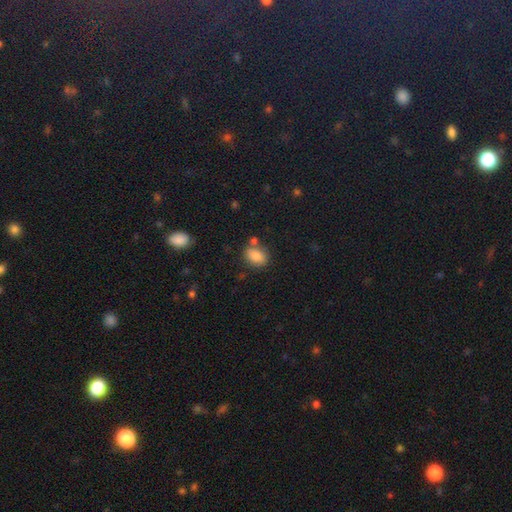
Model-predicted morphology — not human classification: Smooth or featured: smooth — 85% (star or artifact — 9%)
How rounded: in between — 72% (round — 27%)
Merging: none — 72% (minor disturbance — 14%)